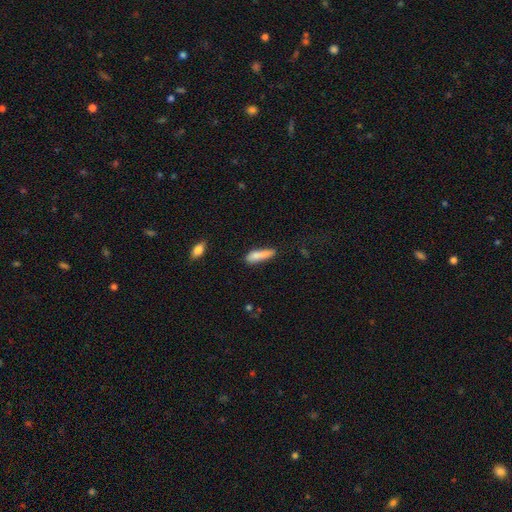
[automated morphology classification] smooth 80%, featured or disk 14%, star or artifact 7%. Down the decision tree: how rounded — cigar-shaped (69%); merging — none (59%).